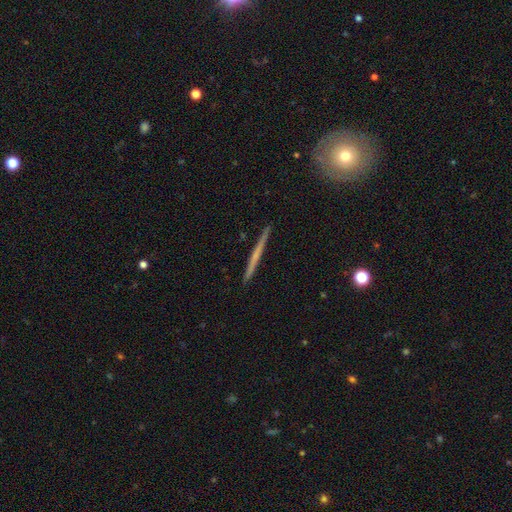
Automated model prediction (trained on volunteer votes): Morphology: type=featured or disk (55%); edge-on=yes (98%); edge-on bulge=none (86%); merging=none (93%).